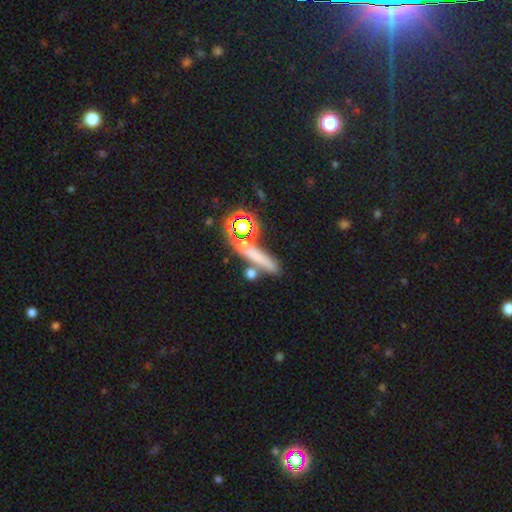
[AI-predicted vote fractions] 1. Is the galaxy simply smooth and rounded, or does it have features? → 51% smooth, 31% star or artifact, 18% featured or disk.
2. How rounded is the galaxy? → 65% cigar-shaped, 19% round, 16% in between.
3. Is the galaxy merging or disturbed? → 59% none, 19% merger, 14% minor disturbance, 8% major disturbance.